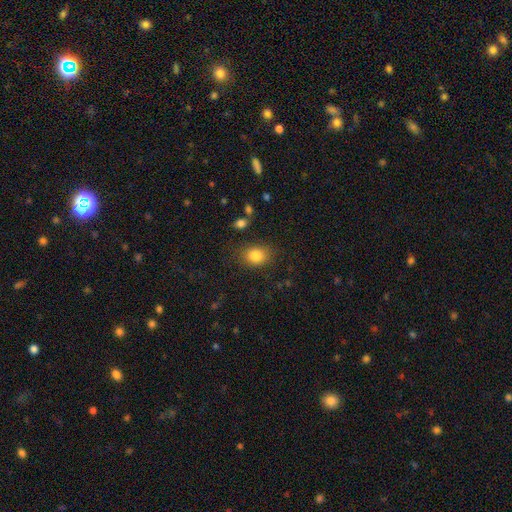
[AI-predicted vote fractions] Smooth or featured? smooth (83%)
How rounded? in between (54%)
Merging? none (79%)